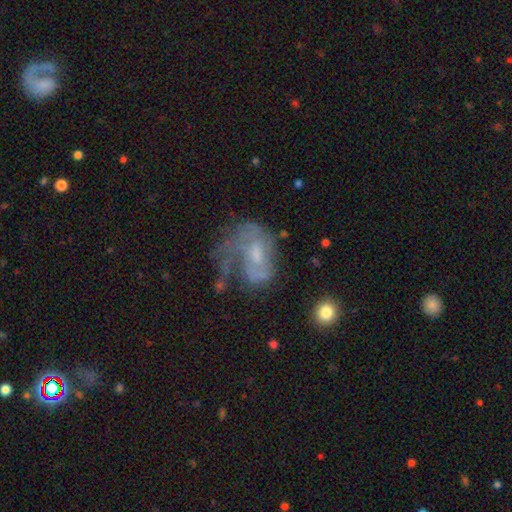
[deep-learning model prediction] featured or disk 68%, smooth 20%, star or artifact 11%. Down the decision tree: edge-on disk — no (97%); bar — no (62%); spiral arms — yes (68%); bulge size — small (41%); merging — major disturbance (43%).